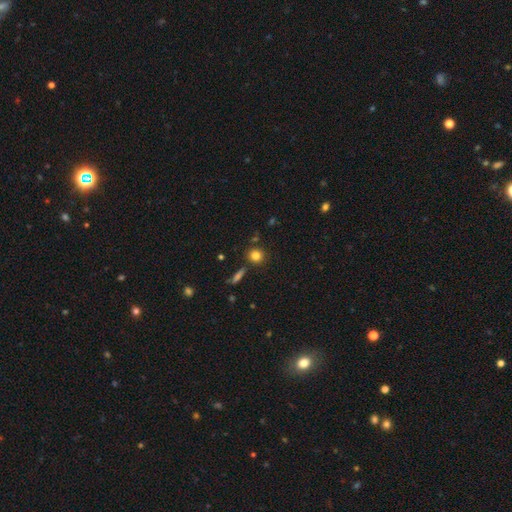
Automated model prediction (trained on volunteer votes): smooth_or_featured: smooth (p=0.82) [alt: star or artifact p=0.11]
how_rounded: round (p=0.85) [alt: in between p=0.13]
merging: none (p=0.81) [alt: minor disturbance p=0.09]